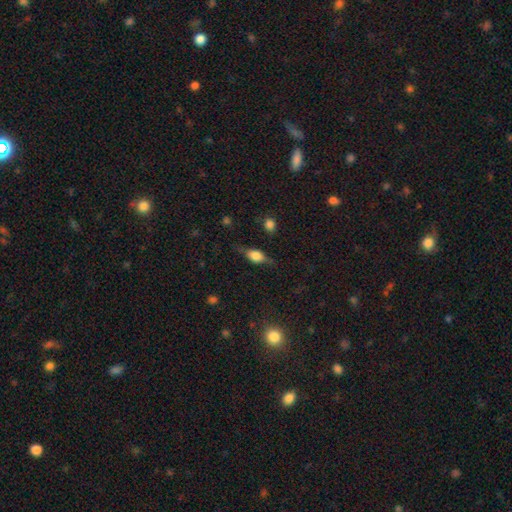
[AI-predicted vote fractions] This is possibly a smooth galaxy (52%). How rounded: likely in between (71%). Merging: likely none (69%).